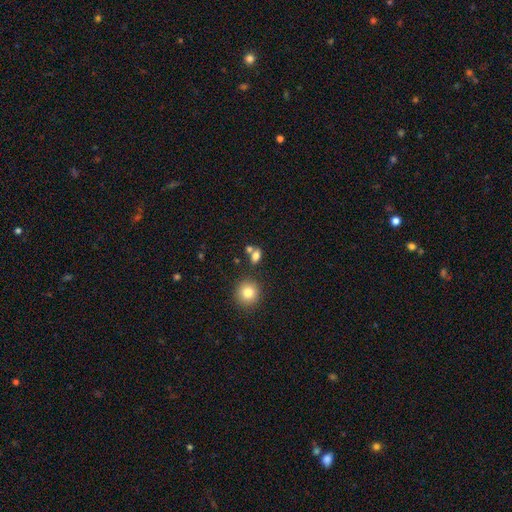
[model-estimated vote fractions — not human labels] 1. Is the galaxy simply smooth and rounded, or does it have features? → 77% smooth, 12% star or artifact, 11% featured or disk.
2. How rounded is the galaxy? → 66% in between, 28% round, 5% cigar-shaped.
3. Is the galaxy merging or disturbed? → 58% none, 26% merger, 11% minor disturbance, 5% major disturbance.